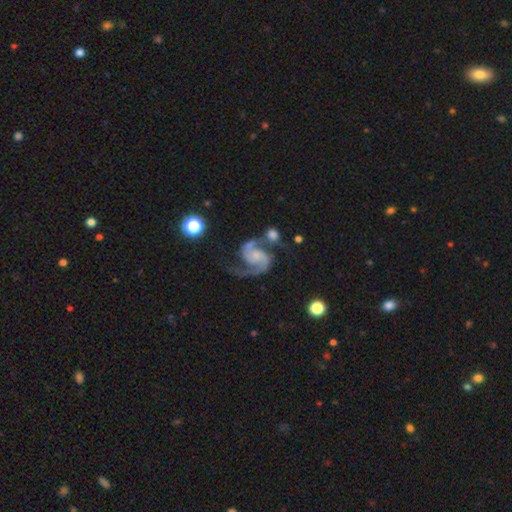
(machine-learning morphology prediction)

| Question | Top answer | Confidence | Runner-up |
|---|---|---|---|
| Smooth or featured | featured or disk | 92% | star or artifact (5%) |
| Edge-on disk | no | 98% | yes (2%) |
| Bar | no | 62% | weak (30%) |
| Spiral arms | yes | 98% | no (2%) |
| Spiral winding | medium | 60% | loose (23%) |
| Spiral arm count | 2 | 93% | 1 (2%) |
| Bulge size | small | 44% | none (30%) |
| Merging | none | 57% | minor disturbance (17%) |